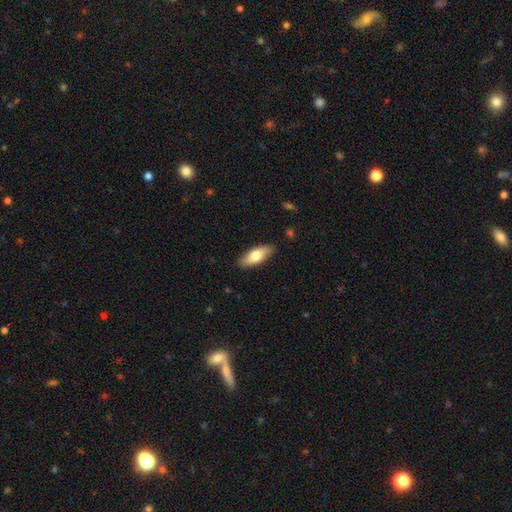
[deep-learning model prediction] Smooth or featured? smooth (75%)
How rounded? in between (79%)
Merging? none (87%)